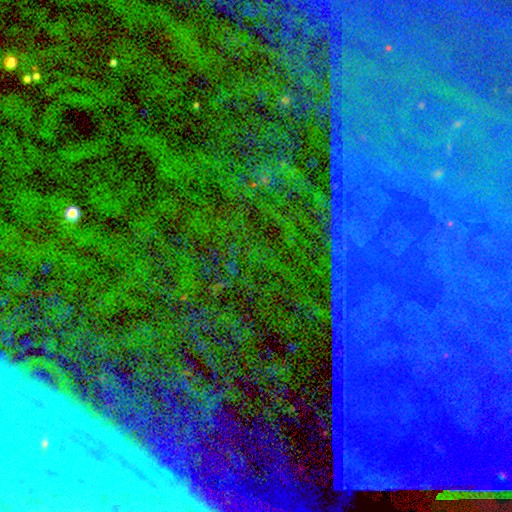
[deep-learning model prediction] This appears to be a star or artifact, not a galaxy (79%).